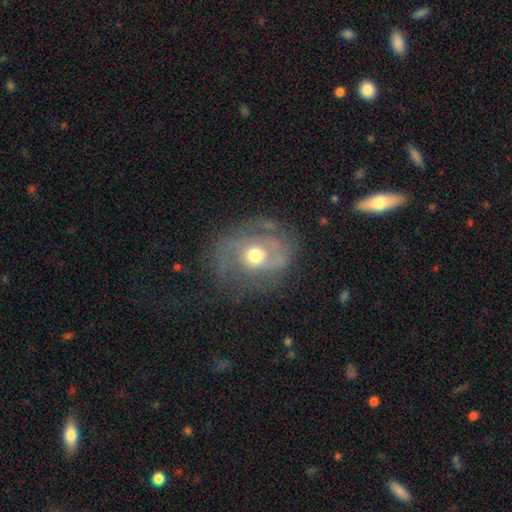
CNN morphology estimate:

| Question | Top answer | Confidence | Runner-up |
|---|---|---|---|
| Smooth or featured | featured or disk | 71% | smooth (21%) |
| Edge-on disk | no | 97% | yes (3%) |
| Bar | no | 73% | weak (22%) |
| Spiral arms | yes | 77% | no (23%) |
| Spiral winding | medium | 42% | tight (35%) |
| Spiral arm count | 2 | 53% | can't tell (25%) |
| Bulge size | moderate | 72% | large (15%) |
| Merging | none | 60% | minor disturbance (22%) |